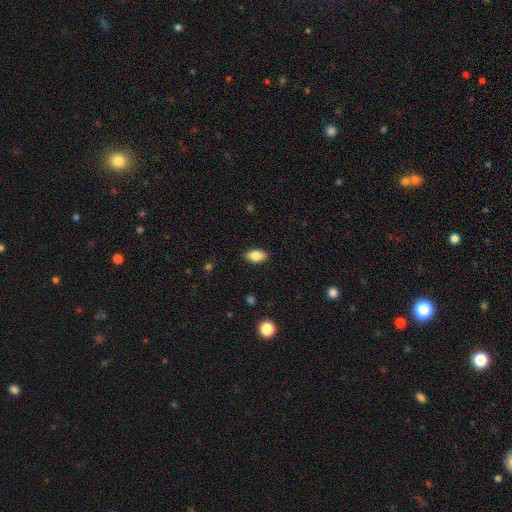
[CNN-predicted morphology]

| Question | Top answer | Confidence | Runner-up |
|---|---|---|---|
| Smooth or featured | smooth | 83% | featured or disk (9%) |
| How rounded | in between | 90% | round (5%) |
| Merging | none | 88% | minor disturbance (9%) |